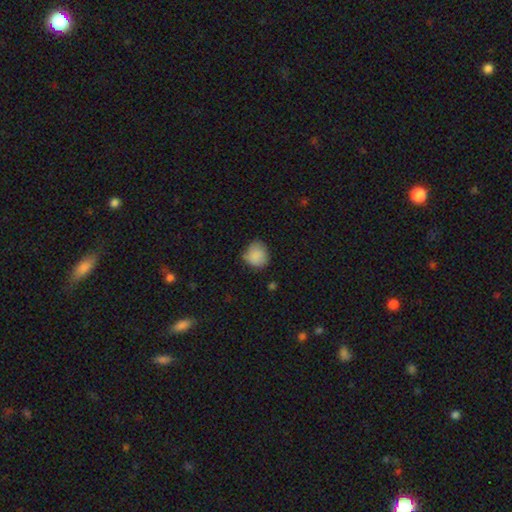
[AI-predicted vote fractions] Smooth or featured? Predicted: smooth (p=0.85). How rounded? Predicted: round (p=0.75). Merging? Predicted: none (p=0.60).